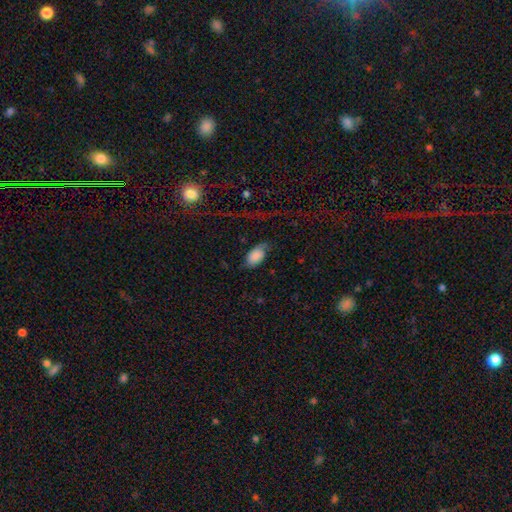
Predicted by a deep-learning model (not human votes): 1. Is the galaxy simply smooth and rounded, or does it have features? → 74% smooth, 18% featured or disk, 8% star or artifact.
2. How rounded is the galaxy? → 94% in between, 4% round, 2% cigar-shaped.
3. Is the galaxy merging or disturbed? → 52% none, 29% minor disturbance, 17% major disturbance, 2% merger.